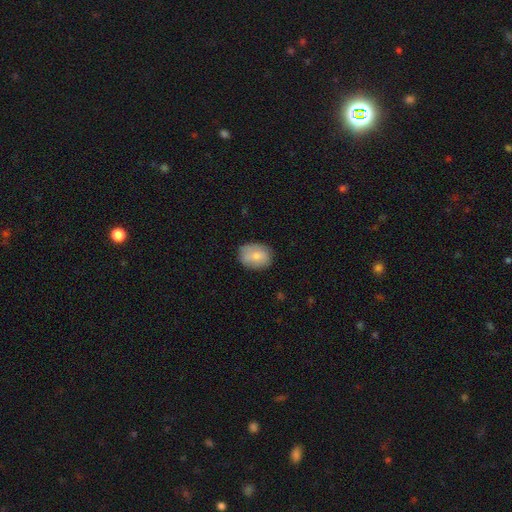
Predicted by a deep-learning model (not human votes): smooth_or_featured: smooth (p=0.78) [alt: featured or disk p=0.15]
how_rounded: in between (p=0.63) [alt: round p=0.36]
merging: none (p=0.78) [alt: minor disturbance p=0.17]